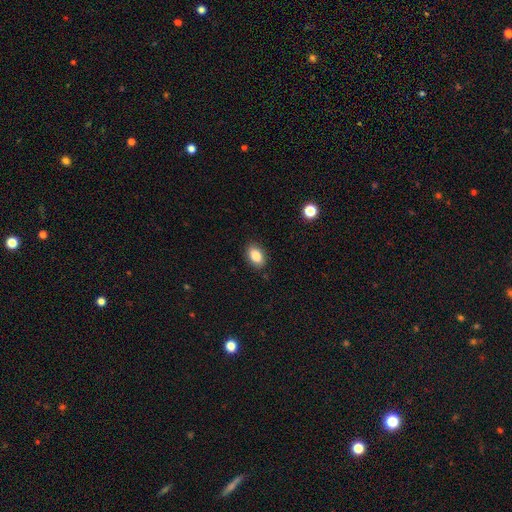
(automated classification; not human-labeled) Smooth or featured? smooth (85%)
How rounded? in between (87%)
Merging? none (88%)